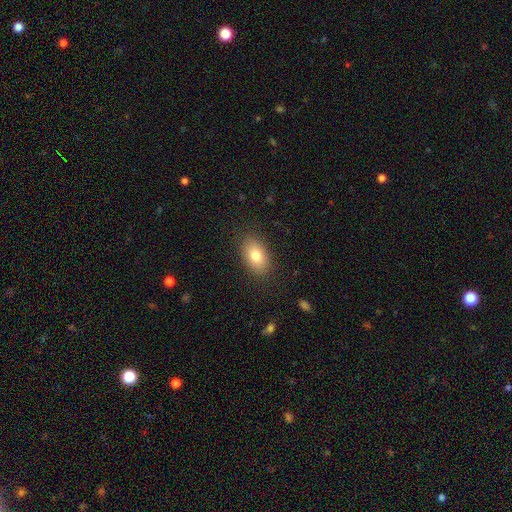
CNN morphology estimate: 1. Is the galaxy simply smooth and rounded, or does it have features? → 80% smooth, 12% featured or disk, 8% star or artifact.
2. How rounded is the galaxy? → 89% in between, 10% round, 2% cigar-shaped.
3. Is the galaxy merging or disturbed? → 86% none, 10% minor disturbance, 3% major disturbance, 1% merger.